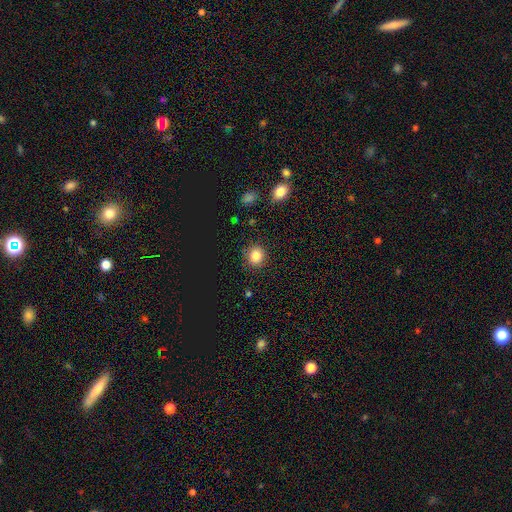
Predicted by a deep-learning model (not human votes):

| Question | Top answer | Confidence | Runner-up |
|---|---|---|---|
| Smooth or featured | smooth | 83% | star or artifact (12%) |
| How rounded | round | 83% | in between (16%) |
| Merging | none | 87% | minor disturbance (9%) |